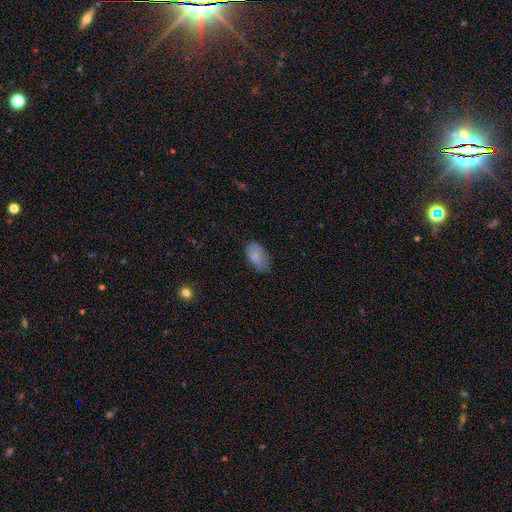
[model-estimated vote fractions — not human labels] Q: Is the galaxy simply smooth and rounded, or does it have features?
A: smooth — 83%.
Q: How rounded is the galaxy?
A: in between — 94%.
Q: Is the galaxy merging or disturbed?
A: none — 63%.